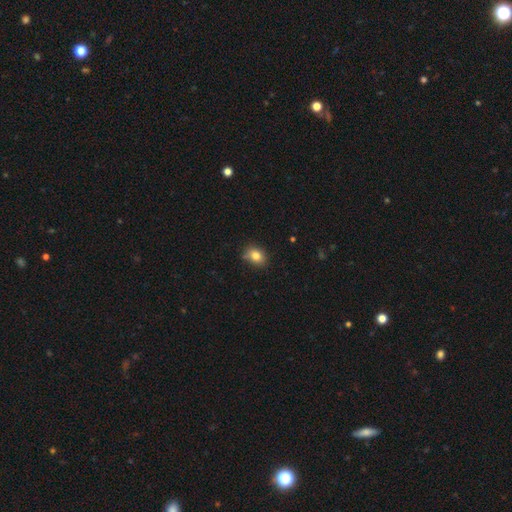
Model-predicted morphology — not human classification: Smooth or featured? Predicted: smooth (p=0.81). How rounded? Predicted: in between (p=0.59). Merging? Predicted: none (p=0.75).